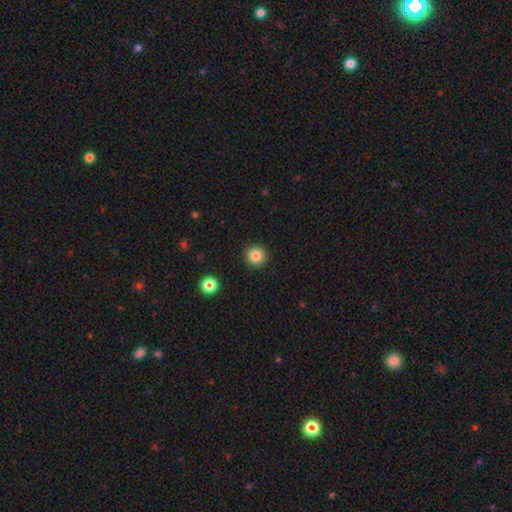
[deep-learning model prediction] A smooth galaxy with no disk features (84%) that is round (95%). Merging: none (92%).